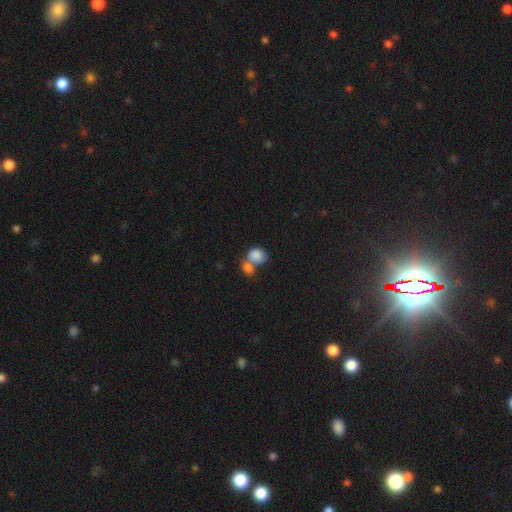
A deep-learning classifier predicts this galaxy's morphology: This is clearly a smooth galaxy (84%). How rounded: possibly in between (49%, tied with round). Merging: likely merger (63%).